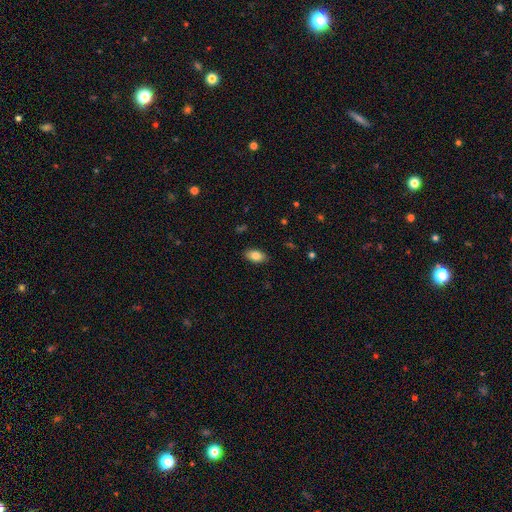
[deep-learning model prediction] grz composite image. It shows a smooth galaxy with no disk features (82%) that is in between round and cigar-shaped (92%). Merging: none (88%).